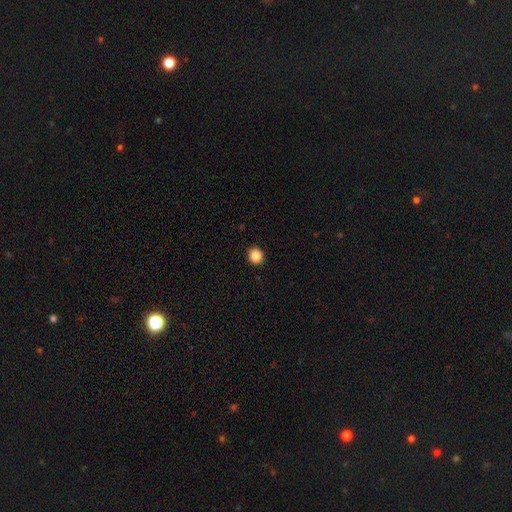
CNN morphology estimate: A smooth galaxy with no disk features (86%) that is round (76%). Merging: none (92%).